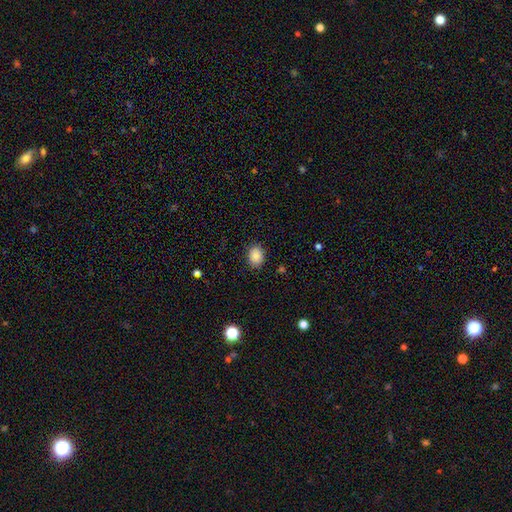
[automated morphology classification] This appears to be a smooth galaxy with no disk features (87%) that is in between round and cigar-shaped (59%). Merging: none (86%).